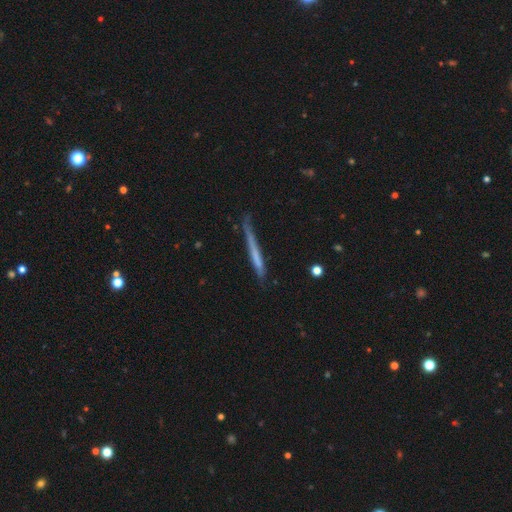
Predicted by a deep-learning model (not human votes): Morphology: type=smooth (53%); roundness=cigar-shaped (97%); merging=none (68%).